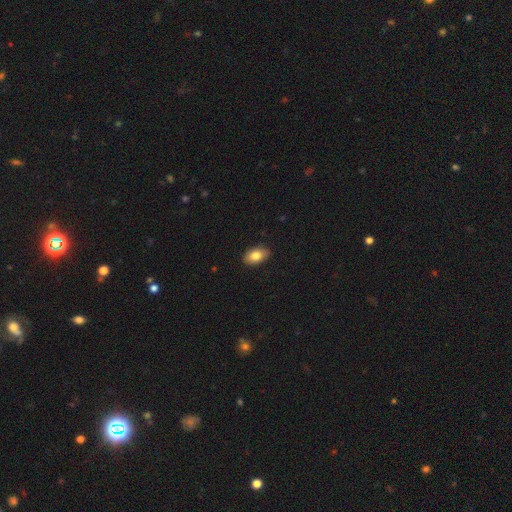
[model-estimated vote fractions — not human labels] A smooth galaxy with no disk features (81%) that is in between round and cigar-shaped (90%).

Vote fractions:
- Smooth or featured? smooth: 81% / featured or disk: 12% / star or artifact: 7%
- How rounded? in between: 90% / round: 8% / cigar-shaped: 2%
- Merging? none: 87% / minor disturbance: 10% / major disturbance: 2% / merger: 1%